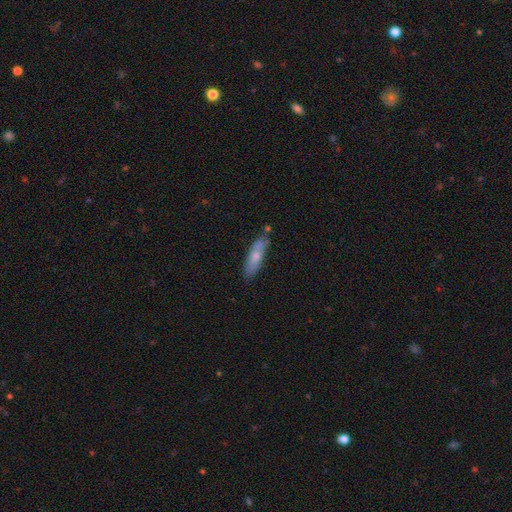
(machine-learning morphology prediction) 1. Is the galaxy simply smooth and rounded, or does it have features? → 63% smooth, 30% featured or disk, 6% star or artifact.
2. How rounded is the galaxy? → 65% cigar-shaped, 33% in between, 2% round.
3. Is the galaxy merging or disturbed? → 72% none, 19% minor disturbance, 6% merger, 3% major disturbance.